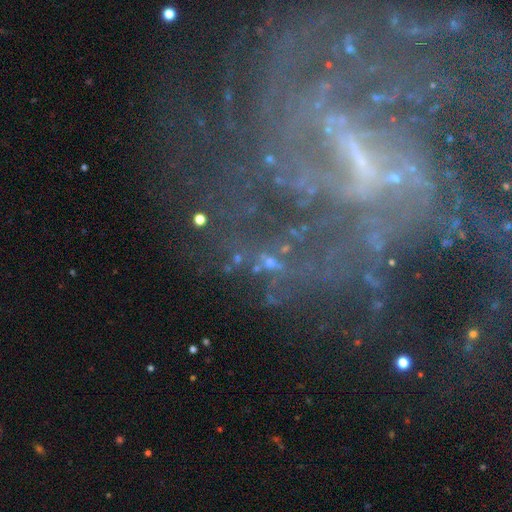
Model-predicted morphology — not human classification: Overall: featured or disk (81%). Edge-on disk: no (97%). Bar: strong (44%; weak 37%). Spiral arms: yes (86%). Spiral arm count: can't tell (33%; 2 24%). Spiral winding: medium (40%; tight 38%). Bulge size: small (49%; none 32%). Merging: none (50%; major disturbance 28%).